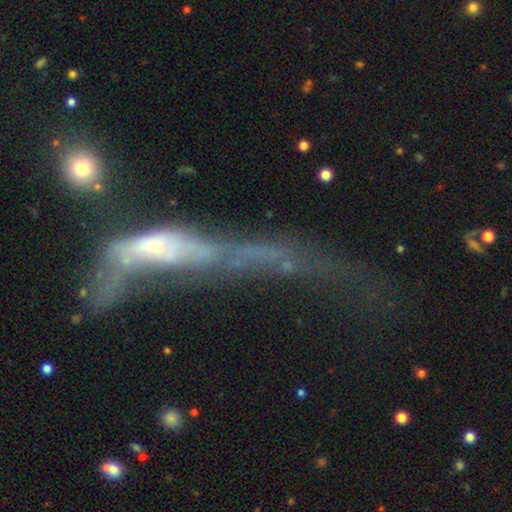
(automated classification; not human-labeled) Smooth or featured? featured or disk (54%)
Edge-on disk? no (58%)
Merging? merger (42%)